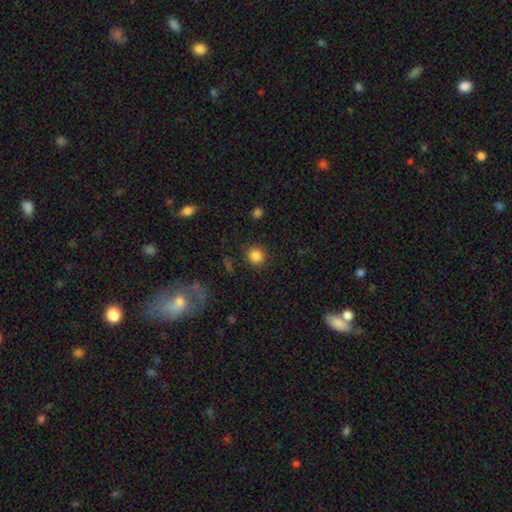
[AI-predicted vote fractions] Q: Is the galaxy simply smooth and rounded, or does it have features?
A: smooth — 85%.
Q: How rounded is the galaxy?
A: round — 91%.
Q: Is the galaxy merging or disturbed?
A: none — 88%.